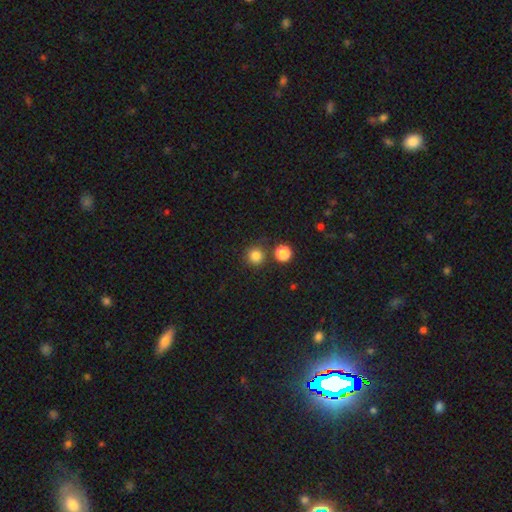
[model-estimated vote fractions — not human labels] The model was most divided on "smooth or featured": smooth: 83%, star or artifact: 13%, featured or disk: 4%. More confident: how rounded — round (94%); merging — none (80%).